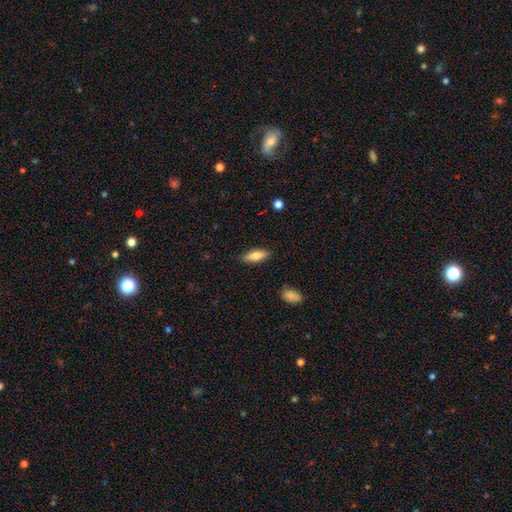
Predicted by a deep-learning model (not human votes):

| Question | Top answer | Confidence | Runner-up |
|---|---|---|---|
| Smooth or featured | smooth | 78% | featured or disk (15%) |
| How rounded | in between | 70% | cigar-shaped (28%) |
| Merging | none | 87% | minor disturbance (10%) |